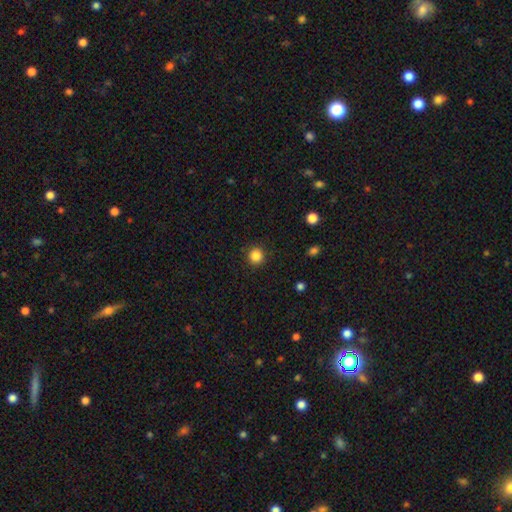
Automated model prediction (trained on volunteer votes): Q: Smooth or featured?
A: smooth (86%); runner-up: star or artifact (11%)
Q: How rounded?
A: round (93%); runner-up: in between (6%)
Q: Merging?
A: none (91%); runner-up: minor disturbance (6%)